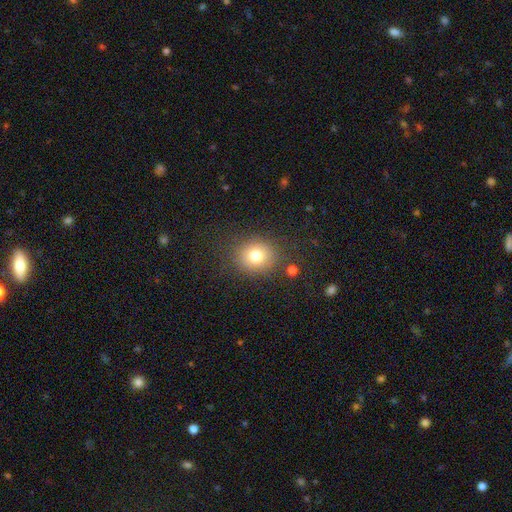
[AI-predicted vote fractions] Smooth or featured: smooth — 78% (star or artifact — 13%)
How rounded: round — 75% (in between — 24%)
Merging: none — 83% (minor disturbance — 10%)